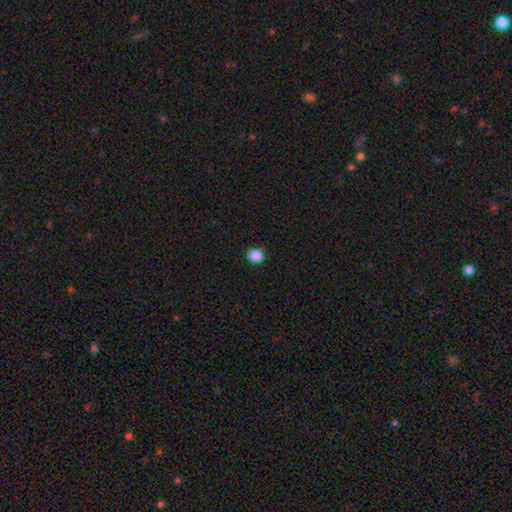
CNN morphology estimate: smooth_or_featured: smooth (p=0.87) [alt: star or artifact p=0.10]
how_rounded: round (p=0.66) [alt: in between p=0.33]
merging: none (p=0.86) [alt: minor disturbance p=0.10]